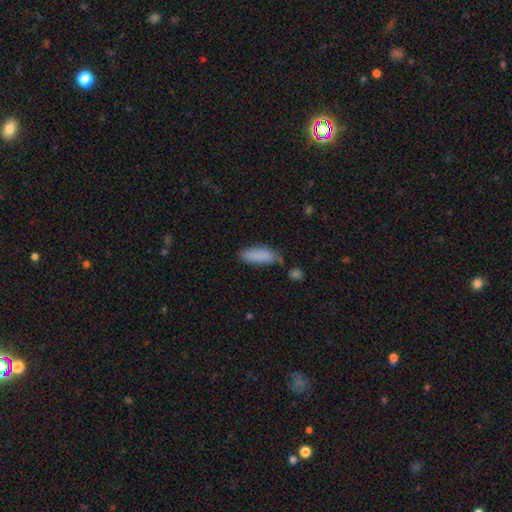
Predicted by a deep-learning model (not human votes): Smooth or featured? Predicted: smooth (p=0.85). How rounded? Predicted: in between (p=0.65). Merging? Predicted: none (p=0.56).